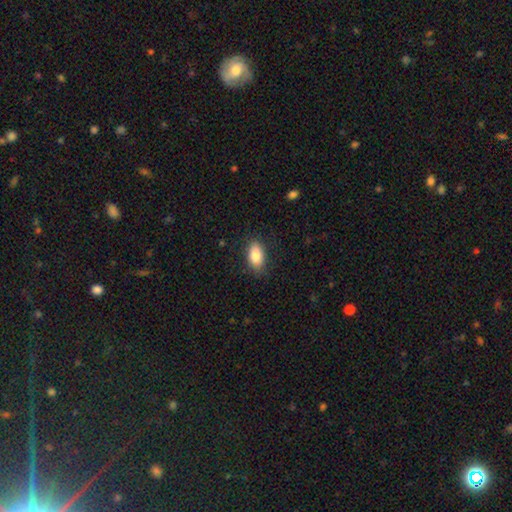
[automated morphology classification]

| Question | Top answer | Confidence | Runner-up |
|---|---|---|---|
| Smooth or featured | smooth | 84% | featured or disk (9%) |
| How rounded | in between | 91% | round (5%) |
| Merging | none | 83% | minor disturbance (13%) |